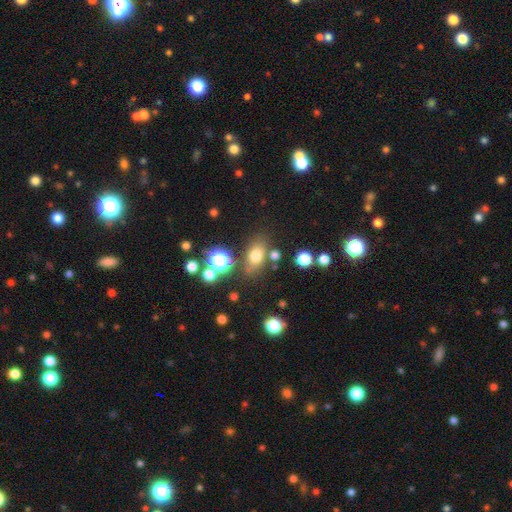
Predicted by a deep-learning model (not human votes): A smooth galaxy with no disk features (70%) that is in between round and cigar-shaped (68%).

Vote fractions:
- Smooth or featured? smooth: 70% / star or artifact: 18% / featured or disk: 13%
- How rounded? in between: 68% / round: 28% / cigar-shaped: 4%
- Merging? none: 71% / minor disturbance: 14% / merger: 9% / major disturbance: 6%